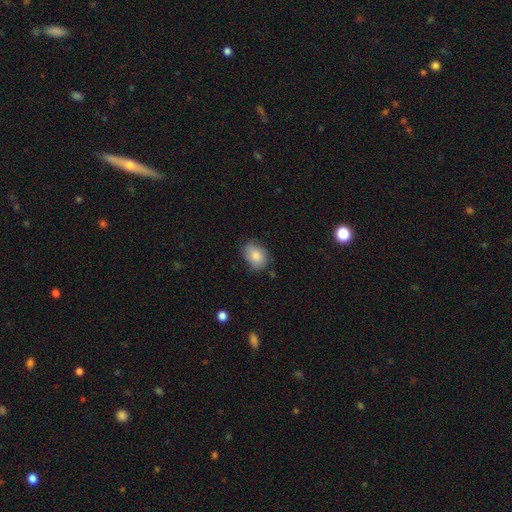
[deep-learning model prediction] This is clearly a smooth galaxy (83%). How rounded: likely in between (70%). Merging: likely none (68%).